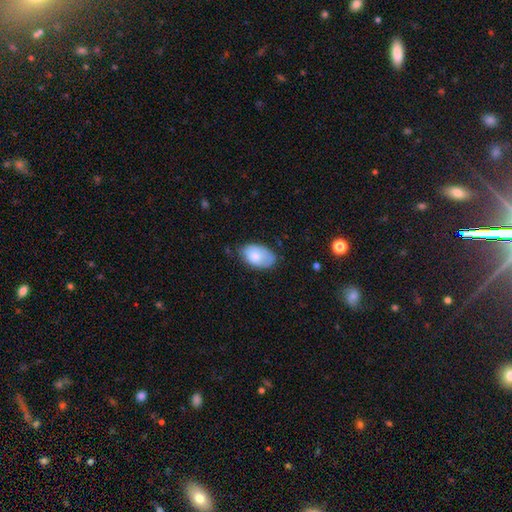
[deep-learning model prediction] This is likely a smooth galaxy (78%). How rounded: clearly in between (92%). Merging: likely none (61%).